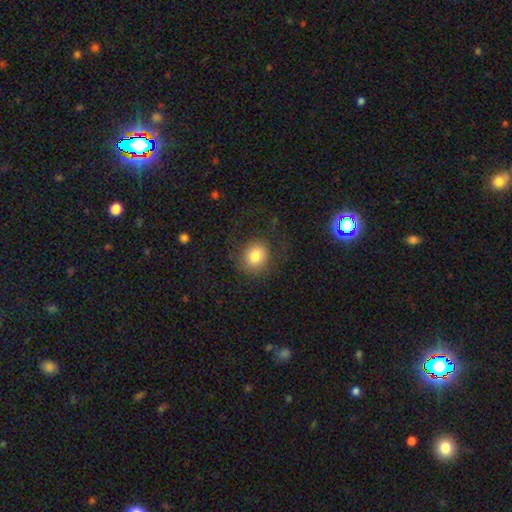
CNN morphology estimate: The model was most divided on "how rounded": round: 75%, in between: 24%, cigar-shaped: 1%. More confident: smooth or featured — smooth (80%); merging — none (75%).